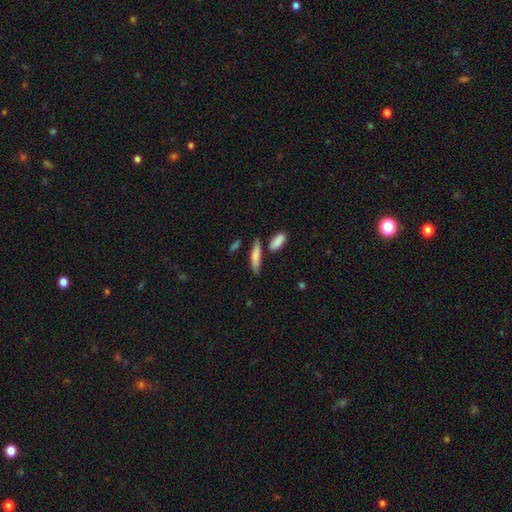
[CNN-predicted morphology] Smooth or featured? Predicted: smooth (p=0.75). How rounded? Predicted: cigar-shaped (p=0.73). Merging? Predicted: none (p=0.74).